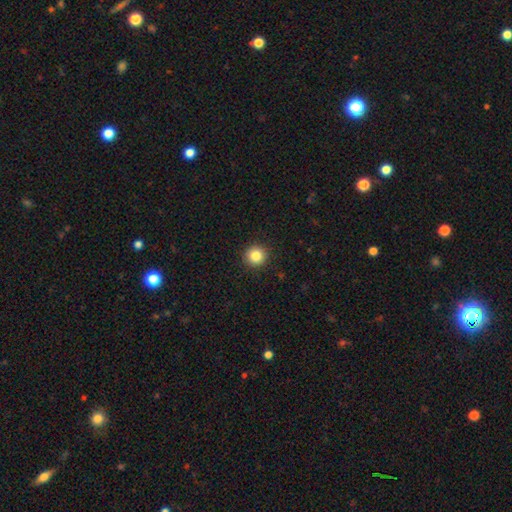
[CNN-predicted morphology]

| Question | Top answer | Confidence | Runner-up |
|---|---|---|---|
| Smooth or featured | smooth | 85% | star or artifact (10%) |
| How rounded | round | 94% | in between (5%) |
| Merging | none | 92% | minor disturbance (5%) |